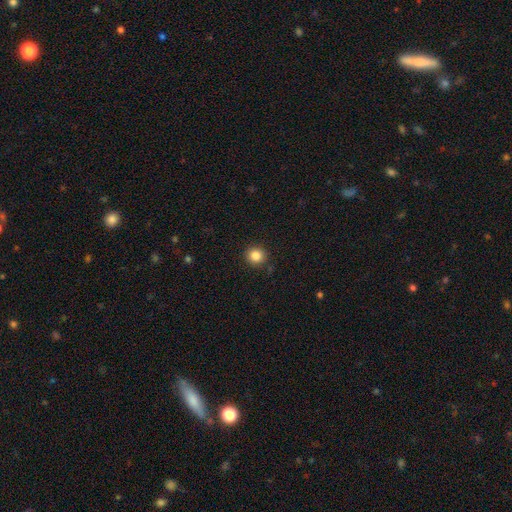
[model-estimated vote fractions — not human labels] The model was most divided on "smooth or featured": smooth: 85%, star or artifact: 11%, featured or disk: 5%. More confident: merging — none (91%); how rounded — round (91%).